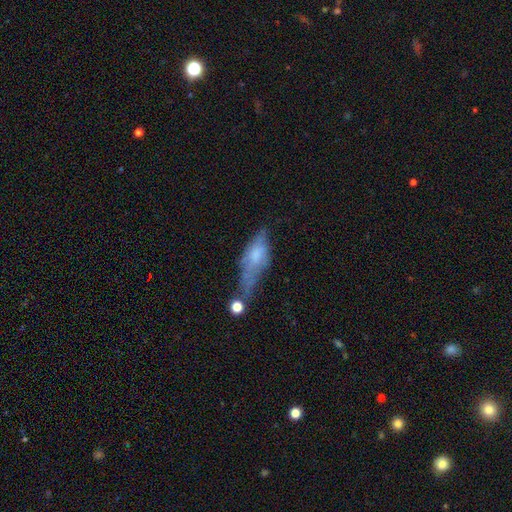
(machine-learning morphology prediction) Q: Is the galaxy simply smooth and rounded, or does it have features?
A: smooth — 50%.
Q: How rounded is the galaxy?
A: in between — 60%.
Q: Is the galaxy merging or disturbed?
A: major disturbance — 32%.